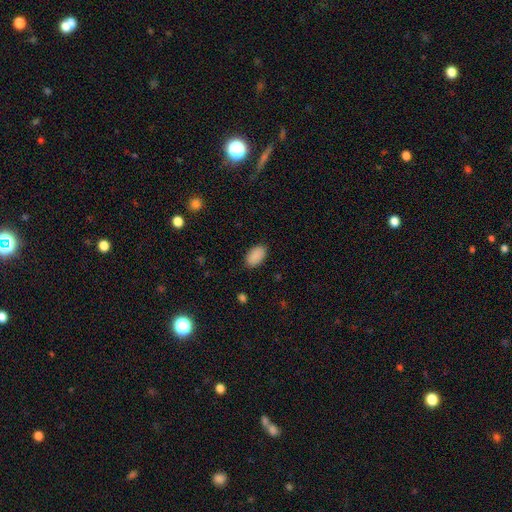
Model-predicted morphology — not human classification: This is clearly a smooth galaxy (90%). How rounded: clearly in between (95%). Merging: clearly none (87%).